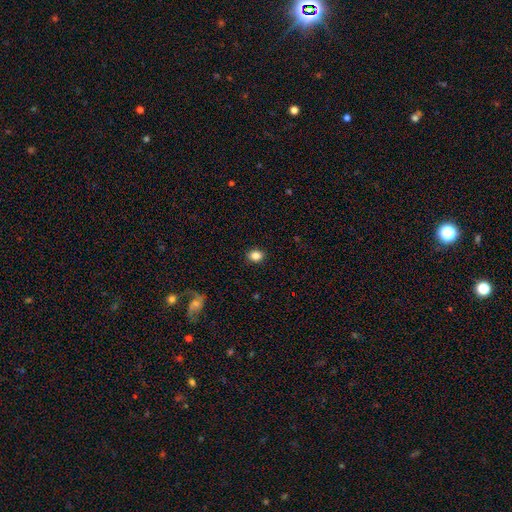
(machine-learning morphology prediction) A smooth galaxy with no disk features (85%) that is round (52%).

Vote fractions:
- Smooth or featured? smooth: 85% / star or artifact: 10% / featured or disk: 5%
- How rounded? round: 52% / in between: 47% / cigar-shaped: 1%
- Merging? none: 90% / minor disturbance: 7% / major disturbance: 2% / merger: 1%